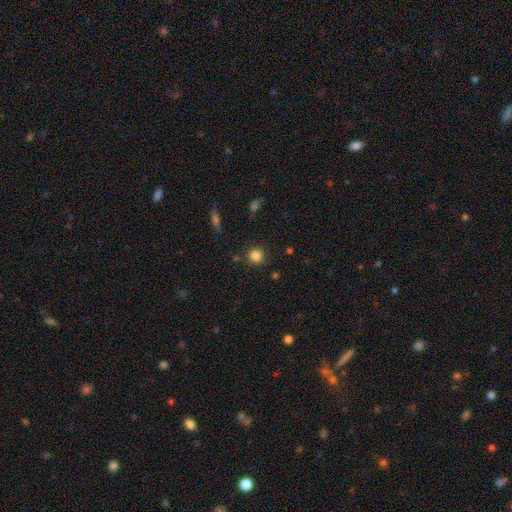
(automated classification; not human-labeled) smooth_or_featured: smooth (p=0.83) [alt: star or artifact p=0.12]
how_rounded: round (p=0.93) [alt: in between p=0.06]
merging: none (p=0.88) [alt: minor disturbance p=0.07]